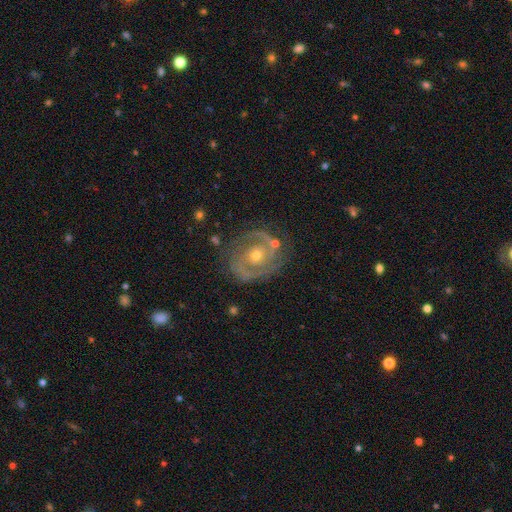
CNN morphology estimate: smooth-or-featured: featured or disk: 88% | smooth: 6% | star or artifact: 6%
  disk-edge-on: no: 97% | yes: 3%
    bar: no: 71% | weak: 21% | strong: 7%
    has-spiral-arms: yes: 95% | no: 5%
      spiral-winding: tight: 58% | medium: 35% | loose: 7%
      spiral-arm-count: 2: 80% | can't tell: 7% | 3: 7% | 1: 3% | 4: 2% | more than 4: 2%
    bulge-size: moderate: 51% | small: 45% | large: 2% | none: 1% | dominant: 1%
  merging: none: 76% | minor disturbance: 15% | major disturbance: 6% | merger: 3%